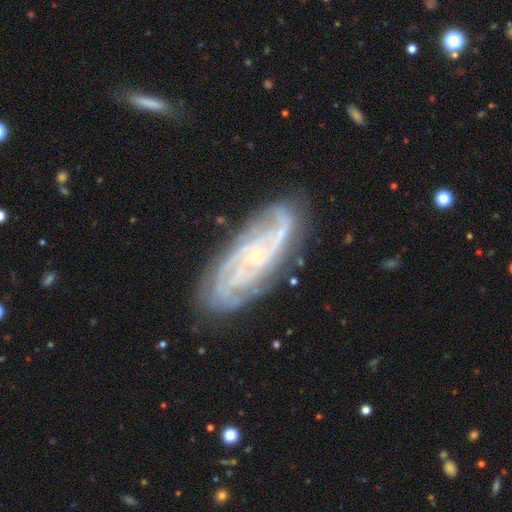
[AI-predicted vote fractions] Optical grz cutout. It shows a featured or disk galaxy (88%) with no bar (68%), 3 (27%) tight (61%) spiral arms (97%) and a small central bulge (83%). Merging: none (78%).